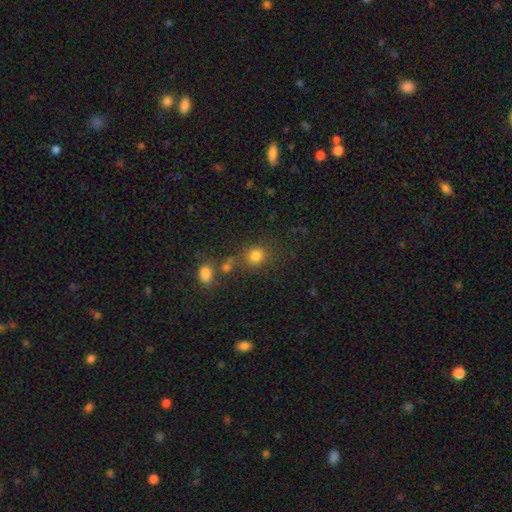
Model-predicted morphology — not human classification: A smooth galaxy with no disk features (80%) that is round (85%).

Vote fractions:
- Smooth or featured? smooth: 80% / star or artifact: 14% / featured or disk: 6%
- How rounded? round: 85% / in between: 14% / cigar-shaped: 1%
- Merging? none: 72% / merger: 12% / minor disturbance: 11% / major disturbance: 6%